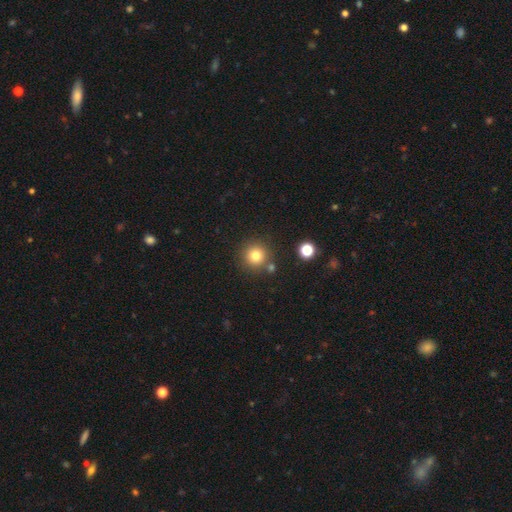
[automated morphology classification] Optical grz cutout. It shows a smooth galaxy with no disk features (79%) that is round (95%). Merging: none (82%).